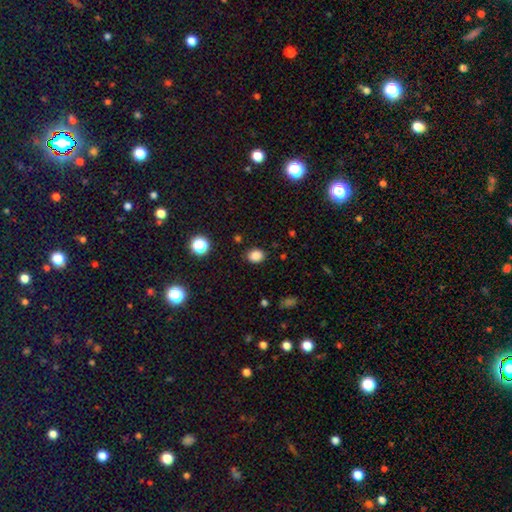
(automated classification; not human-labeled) smooth_or_featured: smooth (p=0.84) [alt: star or artifact p=0.12]
how_rounded: round (p=0.54) [alt: in between p=0.45]
merging: none (p=0.87) [alt: minor disturbance p=0.09]